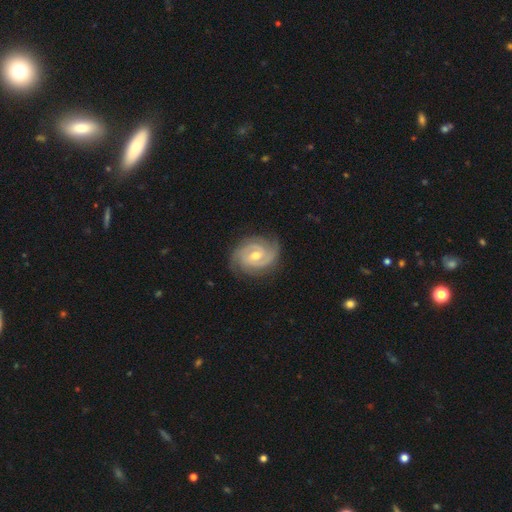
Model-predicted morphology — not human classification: type=featured or disk (89%); edge-on=no (98%); bar=weak (48%); spiral arms=yes (98%); winding=tight (63%); arm count=2 (67%); bulge=moderate (67%); merging=none (81%).